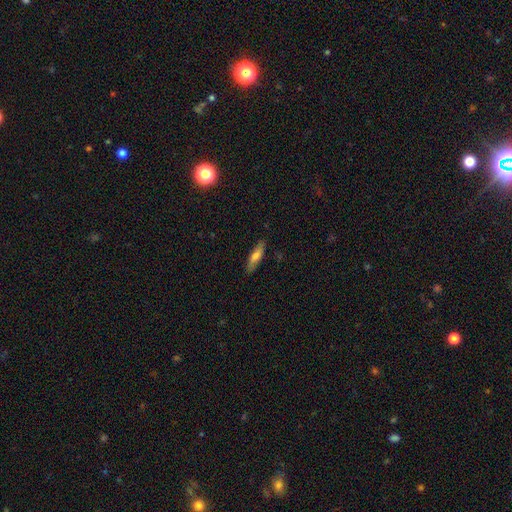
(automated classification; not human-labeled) smooth_or_featured: smooth (p=0.67) [alt: featured or disk p=0.27]
how_rounded: cigar-shaped (p=0.68) [alt: in between p=0.30]
merging: none (p=0.83) [alt: minor disturbance p=0.13]